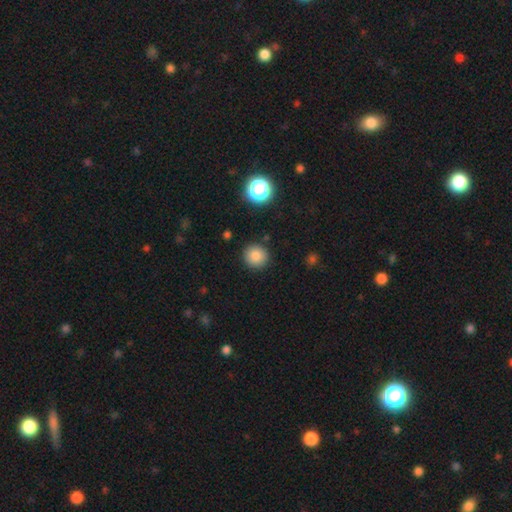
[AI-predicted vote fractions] This appears to be a smooth galaxy with no disk features (83%) that is round (94%). Merging: none (90%).